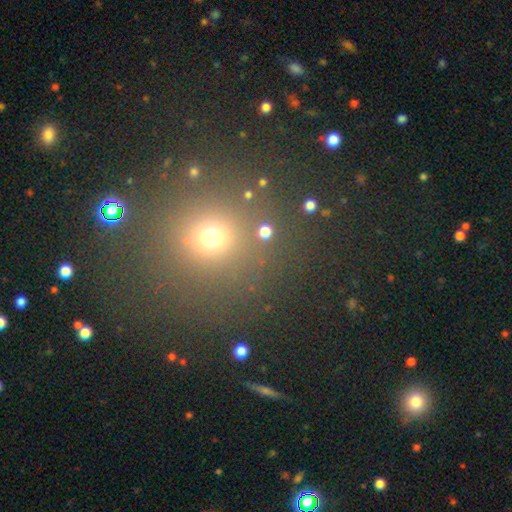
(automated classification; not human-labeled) Overall: smooth (55%; star or artifact 37%). How rounded: round (91%). Merging: none (87%).